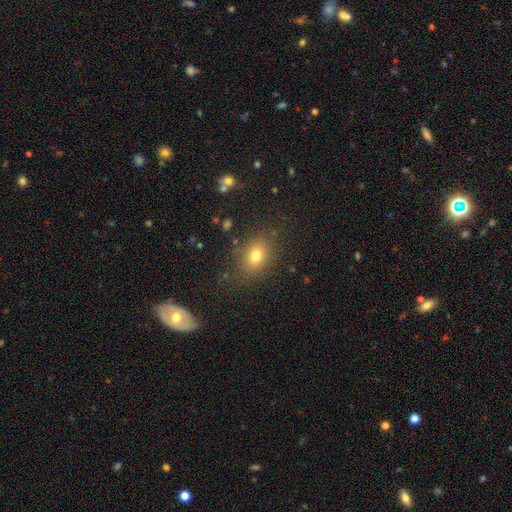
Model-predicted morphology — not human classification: A smooth galaxy with no disk features (75%) that is in between round and cigar-shaped (65%).

Vote fractions:
- Smooth or featured? smooth: 75% / star or artifact: 14% / featured or disk: 11%
- How rounded? in between: 65% / round: 34% / cigar-shaped: 2%
- Merging? none: 82% / minor disturbance: 11% / major disturbance: 4% / merger: 3%